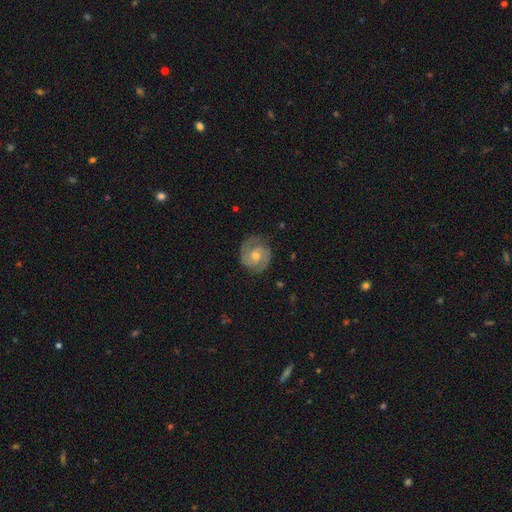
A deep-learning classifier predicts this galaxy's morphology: Q: Smooth or featured?
A: featured or disk (77%); runner-up: smooth (16%)
Q: Edge-on disk?
A: no (98%); runner-up: yes (2%)
Q: Bar?
A: no (64%); runner-up: weak (30%)
Q: Spiral arms?
A: yes (94%); runner-up: no (6%)
Q: Spiral winding?
A: tight (54%); runner-up: medium (37%)
Q: Spiral arm count?
A: 2 (81%); runner-up: can't tell (9%)
Q: Bulge size?
A: moderate (61%); runner-up: small (34%)
Q: Merging?
A: none (81%); runner-up: minor disturbance (14%)